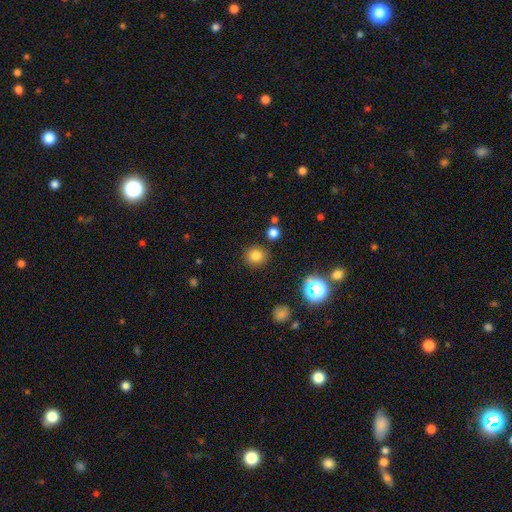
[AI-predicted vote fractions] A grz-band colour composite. It shows a smooth galaxy with no disk features (80%) that is round (89%). Merging: none (87%).